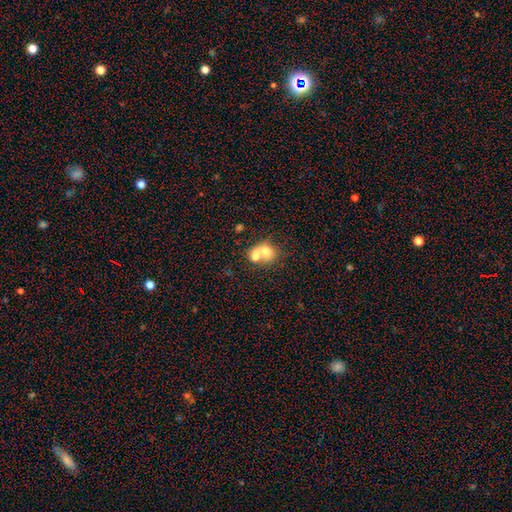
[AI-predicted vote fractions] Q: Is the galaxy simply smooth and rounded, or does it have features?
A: smooth — 67%.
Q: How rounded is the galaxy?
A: round — 61%.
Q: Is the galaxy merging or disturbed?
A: merger — 71%.